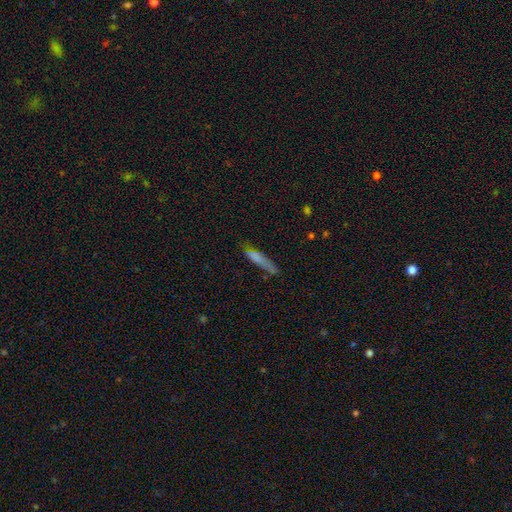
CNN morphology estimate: Smooth or featured? smooth (56%)
How rounded? cigar-shaped (89%)
Merging? none (69%)